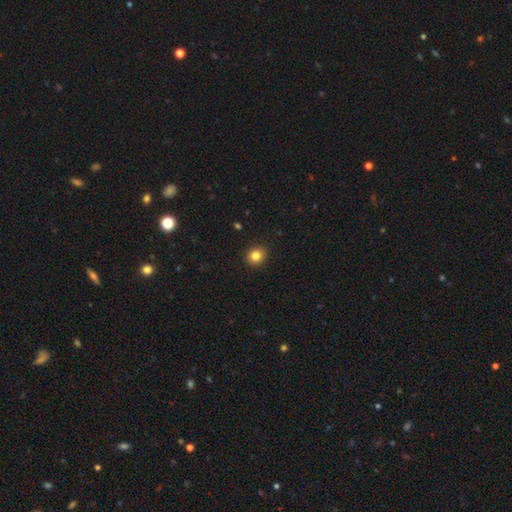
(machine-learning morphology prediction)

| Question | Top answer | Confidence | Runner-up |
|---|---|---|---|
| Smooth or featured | smooth | 84% | star or artifact (11%) |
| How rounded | round | 80% | in between (19%) |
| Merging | none | 92% | minor disturbance (5%) |